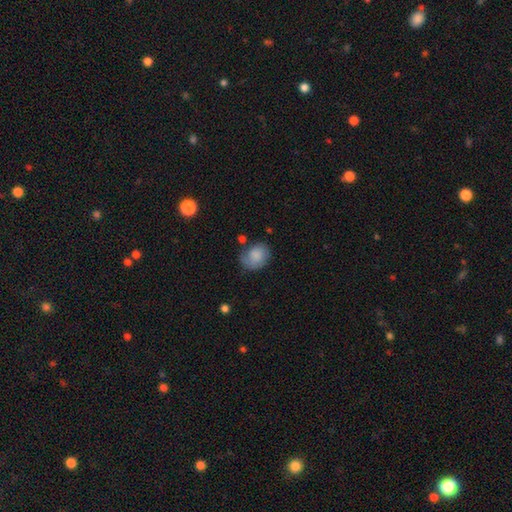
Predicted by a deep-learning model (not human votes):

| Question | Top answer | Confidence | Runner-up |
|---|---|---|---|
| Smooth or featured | smooth | 74% | featured or disk (18%) |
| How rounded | in between | 51% | round (48%) |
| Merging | none | 54% | minor disturbance (29%) |